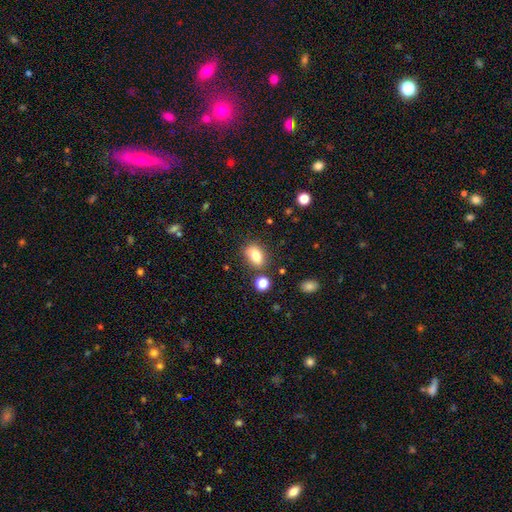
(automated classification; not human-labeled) Smooth or featured? Predicted: smooth (p=0.80). How rounded? Predicted: in between (p=0.80). Merging? Predicted: none (p=0.77).